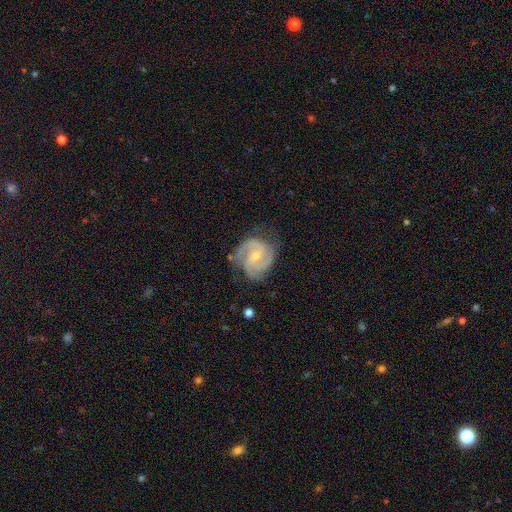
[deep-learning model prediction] Q: Smooth or featured?
A: featured or disk (89%); runner-up: smooth (6%)
Q: Edge-on disk?
A: no (98%); runner-up: yes (2%)
Q: Bar?
A: no (46%); runner-up: weak (43%)
Q: Spiral arms?
A: yes (98%); runner-up: no (2%)
Q: Spiral winding?
A: medium (48%); runner-up: tight (45%)
Q: Spiral arm count?
A: 3 (43%); runner-up: 2 (40%)
Q: Bulge size?
A: small (66%); runner-up: moderate (30%)
Q: Merging?
A: none (70%); runner-up: minor disturbance (22%)